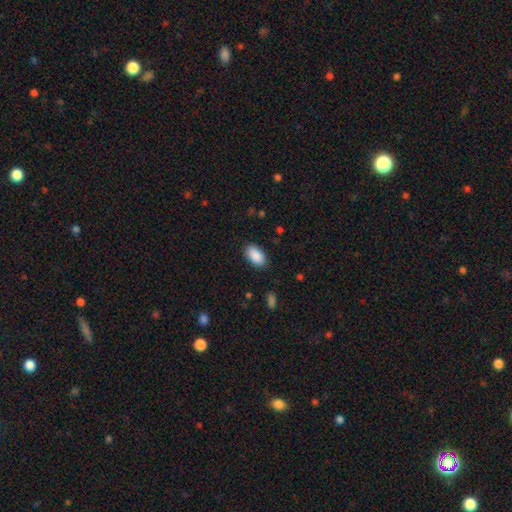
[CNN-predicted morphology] smooth-or-featured: smooth: 90% | star or artifact: 6% | featured or disk: 4%
  how-rounded: in between: 94% | round: 4% | cigar-shaped: 2%
  merging: none: 86% | minor disturbance: 11% | major disturbance: 3% | merger: 1%